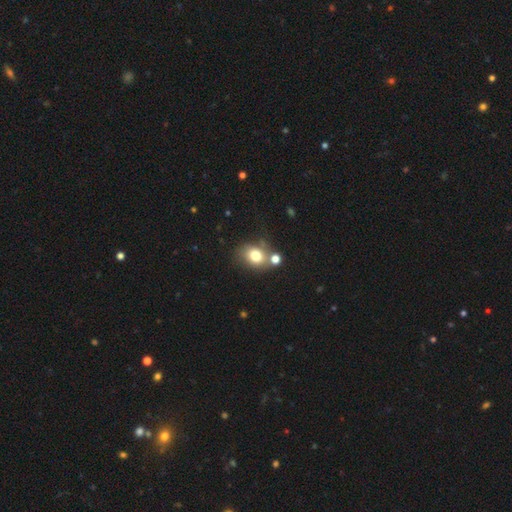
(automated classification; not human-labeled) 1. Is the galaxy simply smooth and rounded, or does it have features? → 75% smooth, 13% featured or disk, 12% star or artifact.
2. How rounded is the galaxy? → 52% round, 47% in between, 1% cigar-shaped.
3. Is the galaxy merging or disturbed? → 56% none, 21% merger, 16% minor disturbance, 7% major disturbance.